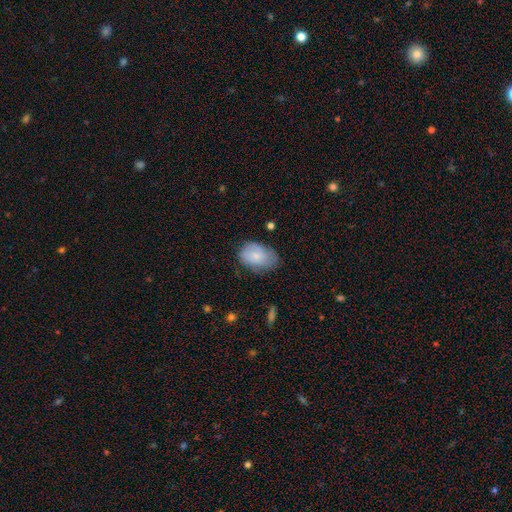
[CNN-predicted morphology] Smooth or featured?
  - smooth: 70% *
  - featured or disk: 23%
  - star or artifact: 7%
How rounded?
  - in between: 85% *
  - round: 13%
  - cigar-shaped: 1%
Merging?
  - none: 57% *
  - minor disturbance: 32%
  - major disturbance: 9%
  - merger: 2%